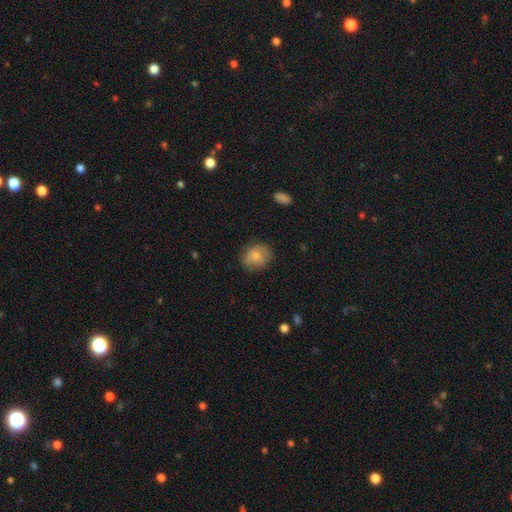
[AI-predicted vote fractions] The model was most divided on "how rounded": round: 63%, in between: 36%, cigar-shaped: 1%. More confident: merging — none (75%); smooth or featured — smooth (73%).